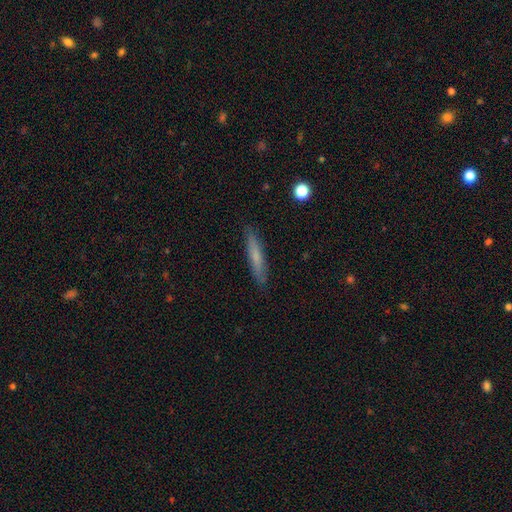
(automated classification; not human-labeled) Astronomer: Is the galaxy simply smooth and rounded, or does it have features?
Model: smooth — 62%.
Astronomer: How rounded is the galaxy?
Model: cigar-shaped — 91%.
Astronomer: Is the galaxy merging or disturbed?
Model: none — 87%.